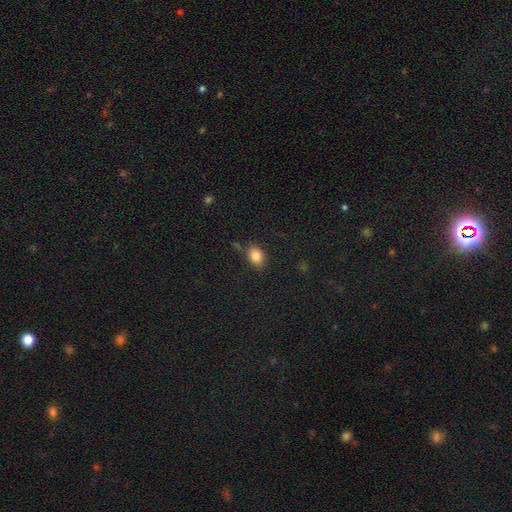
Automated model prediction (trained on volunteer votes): Smooth or featured: smooth — 83% (star or artifact — 10%)
How rounded: in between — 73% (round — 26%)
Merging: none — 75% (minor disturbance — 15%)